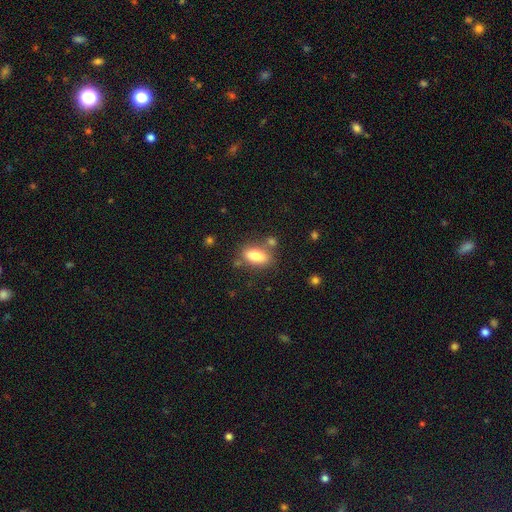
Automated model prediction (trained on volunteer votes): This appears to be a smooth galaxy with no disk features (80%) that is in between round and cigar-shaped (84%). Merging: none (71%).